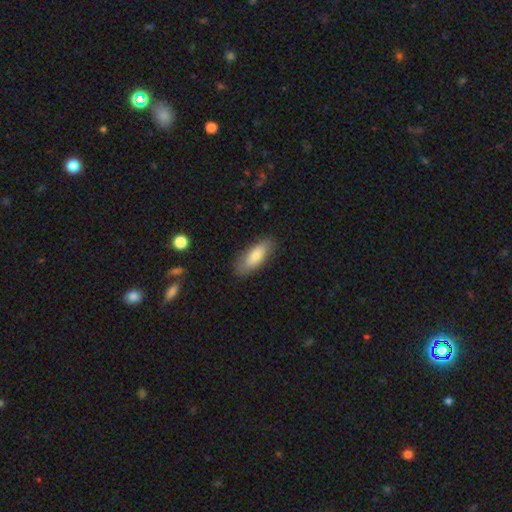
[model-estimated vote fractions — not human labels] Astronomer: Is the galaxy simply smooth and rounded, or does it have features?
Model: smooth — 78%.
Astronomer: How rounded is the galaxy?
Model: in between — 71%.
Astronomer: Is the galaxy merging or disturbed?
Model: none — 81%.